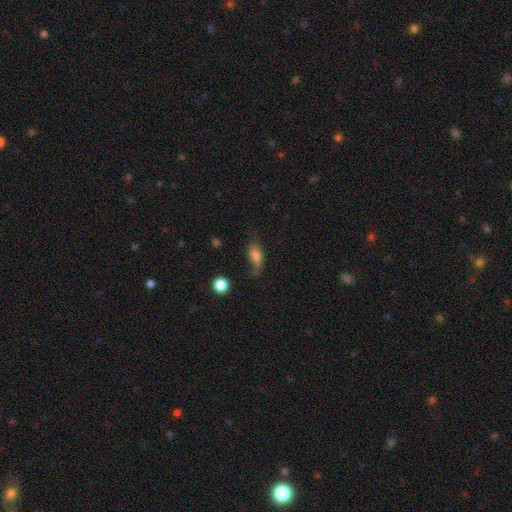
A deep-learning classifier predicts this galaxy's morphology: A smooth galaxy with no disk features (76%) that is in between round and cigar-shaped (82%).

Vote fractions:
- Smooth or featured? smooth: 76% / featured or disk: 14% / star or artifact: 10%
- How rounded? in between: 82% / cigar-shaped: 10% / round: 8%
- Merging? none: 47% / minor disturbance: 29% / major disturbance: 18% / merger: 6%